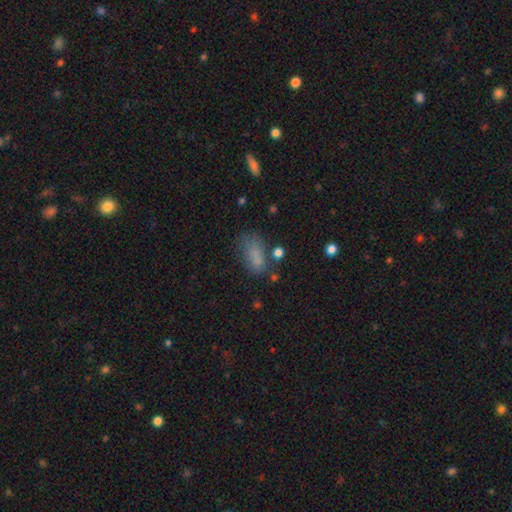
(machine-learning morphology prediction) Smooth or featured? smooth (74%)
How rounded? in between (85%)
Merging? none (47%)